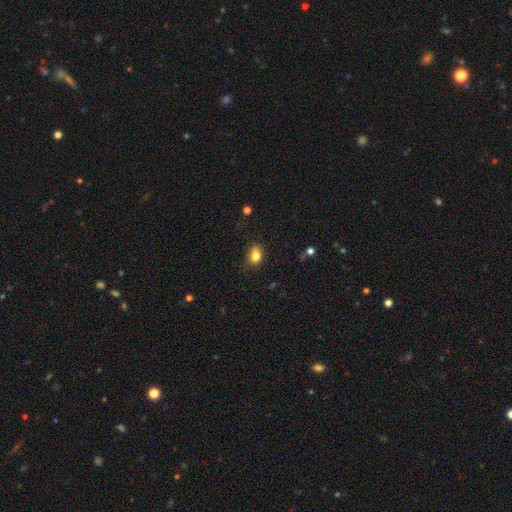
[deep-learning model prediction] This is clearly a smooth galaxy (81%). How rounded: likely in between (73%). Merging: likely none (66%).